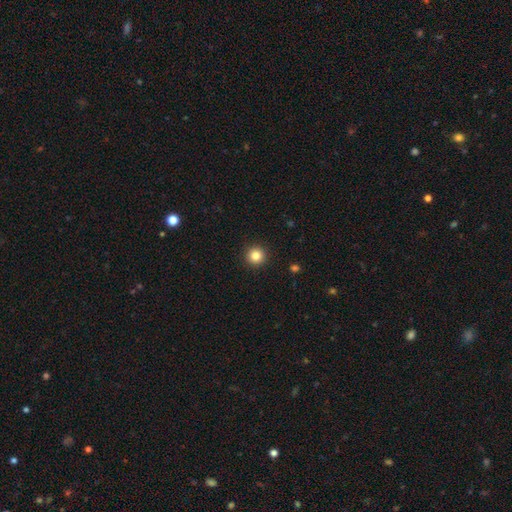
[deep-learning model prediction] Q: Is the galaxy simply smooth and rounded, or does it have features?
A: smooth — 83%.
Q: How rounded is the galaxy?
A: round — 96%.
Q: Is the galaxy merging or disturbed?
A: none — 93%.